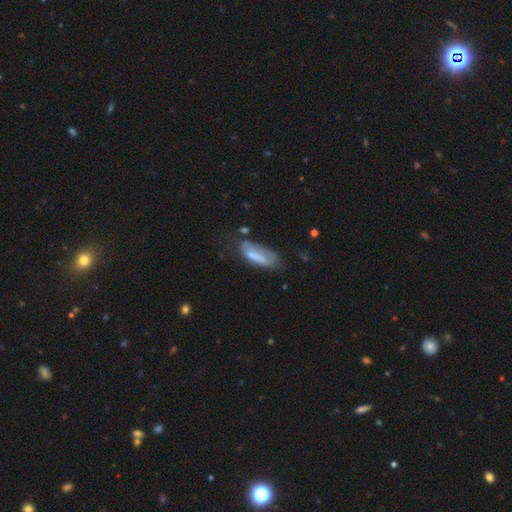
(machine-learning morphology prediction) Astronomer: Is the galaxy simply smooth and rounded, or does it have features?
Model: smooth — 60%.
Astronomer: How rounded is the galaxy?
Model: in between — 66%.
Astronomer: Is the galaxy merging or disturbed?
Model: none — 35% (runner-up: minor disturbance, 31%).